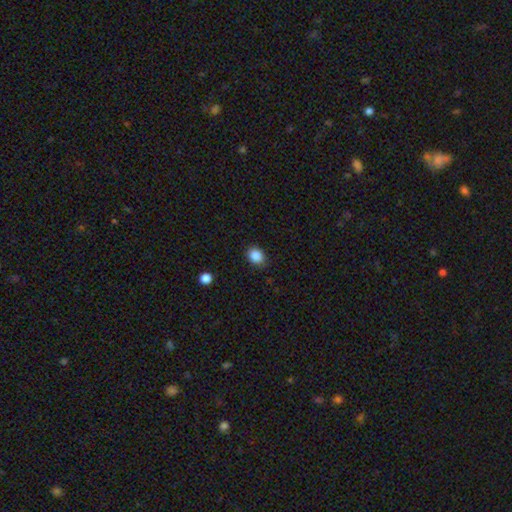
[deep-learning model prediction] smooth-or-featured: smooth: 87% | star or artifact: 10% | featured or disk: 3%
  how-rounded: round: 51% | in between: 49% | cigar-shaped: 1%
  merging: none: 86% | minor disturbance: 10% | major disturbance: 2% | merger: 1%